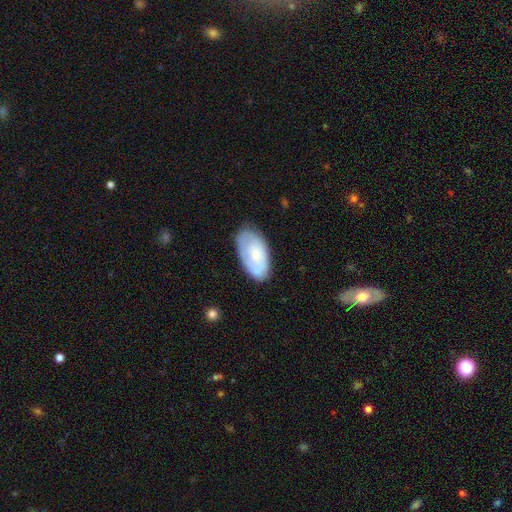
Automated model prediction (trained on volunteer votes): A smooth galaxy with no disk features (63%) that is in between round and cigar-shaped (94%). Merging: none (74%).